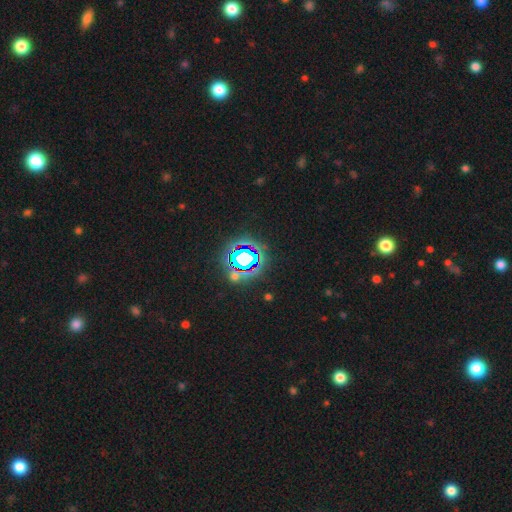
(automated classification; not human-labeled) smooth-or-featured: star or artifact: 83% | smooth: 11% | featured or disk: 7%